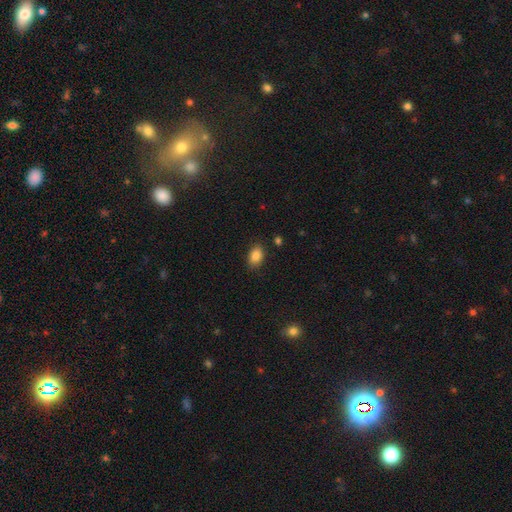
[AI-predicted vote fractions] This appears to be a smooth galaxy with no disk features (86%) that is in between round and cigar-shaped (84%). Merging: none (84%).